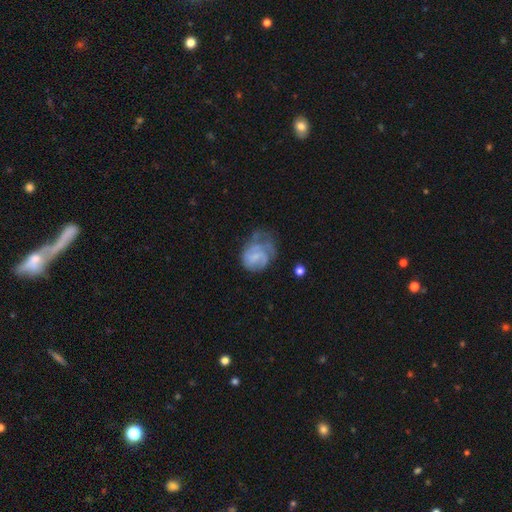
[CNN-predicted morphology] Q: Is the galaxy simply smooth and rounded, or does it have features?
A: featured or disk — 57%.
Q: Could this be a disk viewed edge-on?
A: no — 98%.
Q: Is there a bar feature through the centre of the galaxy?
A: no — 57%.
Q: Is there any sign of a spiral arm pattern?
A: yes — 75%.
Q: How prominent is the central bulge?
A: none — 51%.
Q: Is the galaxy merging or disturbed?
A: major disturbance — 34%, tied with none.